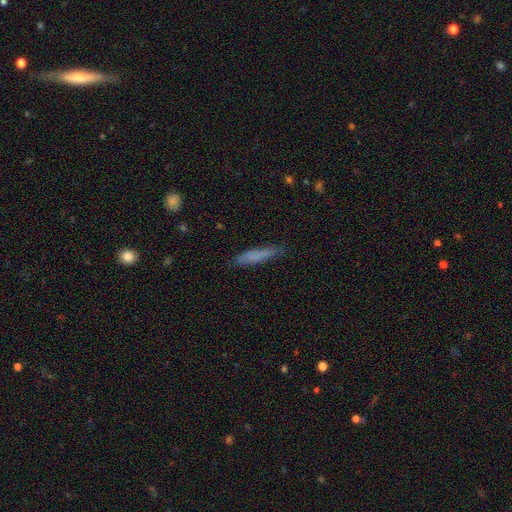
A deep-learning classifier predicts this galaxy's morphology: smooth 74%, featured or disk 19%, star or artifact 7%. Down the decision tree: how rounded — cigar-shaped (91%); merging — none (82%).